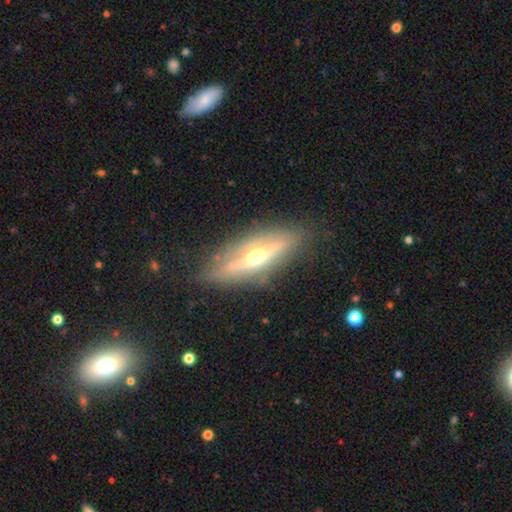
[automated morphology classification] A featured or disk galaxy (69%) viewed edge-on (86%) with a rounded central bulge (93%).

Vote fractions:
- Smooth or featured? featured or disk: 69% / smooth: 24% / star or artifact: 7%
- Edge-on disk? yes: 86% / no: 14%
- Edge-on bulge? rounded: 93% / none: 4% / boxy: 3%
- Merging? none: 81% / minor disturbance: 13% / major disturbance: 5% / merger: 2%